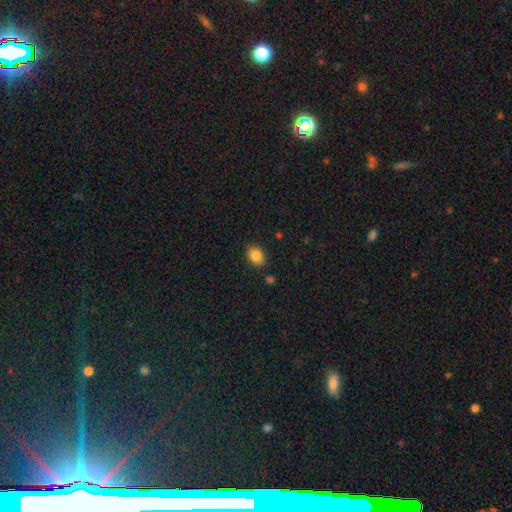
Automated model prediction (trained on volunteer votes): The model was most divided on "how rounded": in between: 70%, round: 29%, cigar-shaped: 1%. More confident: smooth or featured — smooth (86%); merging — none (85%).